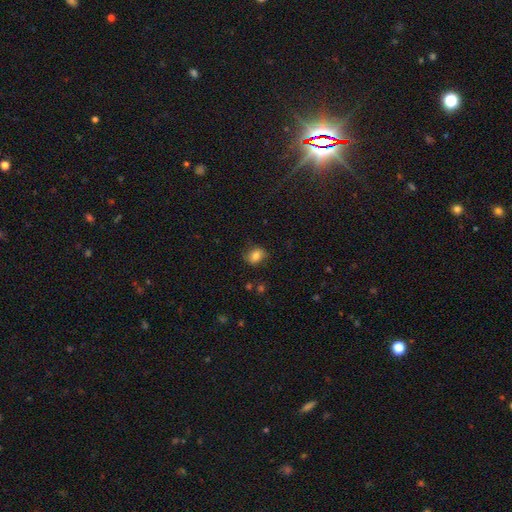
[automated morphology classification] smooth 79%, featured or disk 11%, star or artifact 10%. Down the decision tree: how rounded — in between (57%); merging — none (76%).